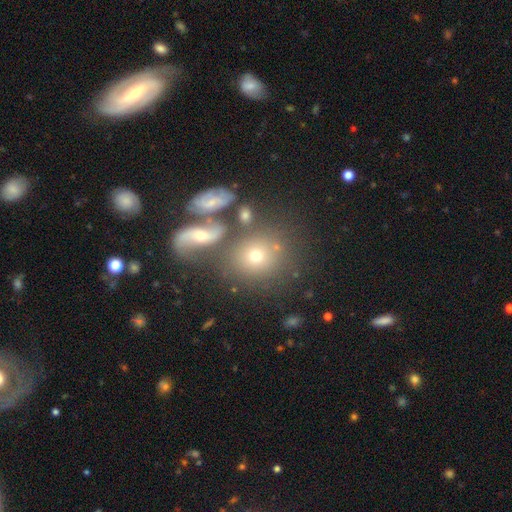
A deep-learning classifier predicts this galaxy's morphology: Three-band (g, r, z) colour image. It shows a smooth galaxy with no disk features (61%) that is round (76%). Merging: none (57%).